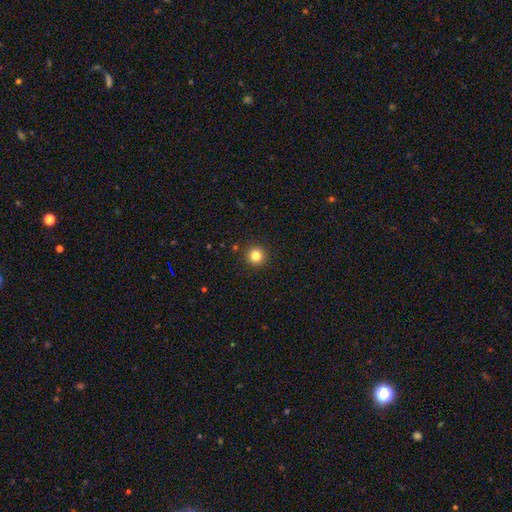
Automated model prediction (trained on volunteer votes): A smooth galaxy with no disk features (81%) that is round (96%). Merging: none (93%).